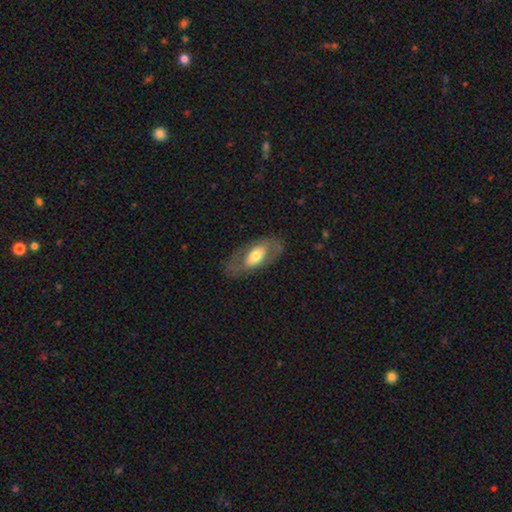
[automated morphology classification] Smooth or featured? Predicted: featured or disk (p=0.50). Edge-on disk? Predicted: no (p=0.86). Merging? Predicted: none (p=0.75).